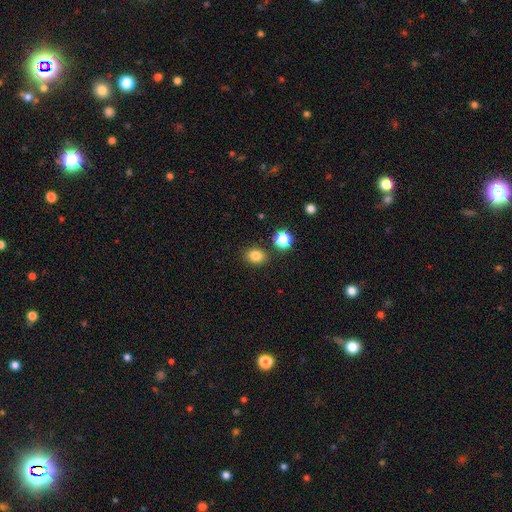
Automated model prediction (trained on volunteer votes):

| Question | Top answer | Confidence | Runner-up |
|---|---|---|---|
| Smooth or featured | smooth | 82% | star or artifact (13%) |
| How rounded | round | 53% | in between (46%) |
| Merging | none | 85% | minor disturbance (8%) |